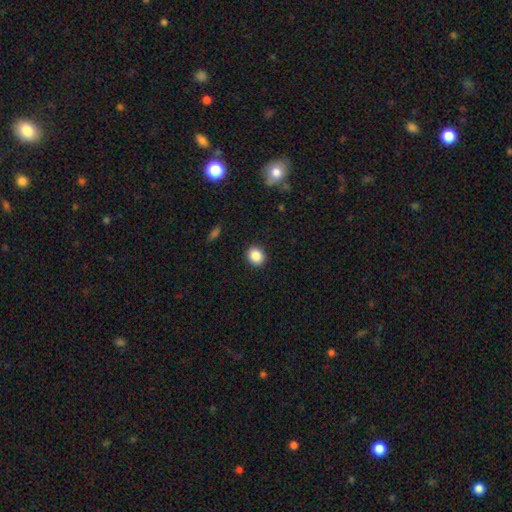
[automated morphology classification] Smooth or featured? smooth (87%)
How rounded? round (75%)
Merging? none (91%)